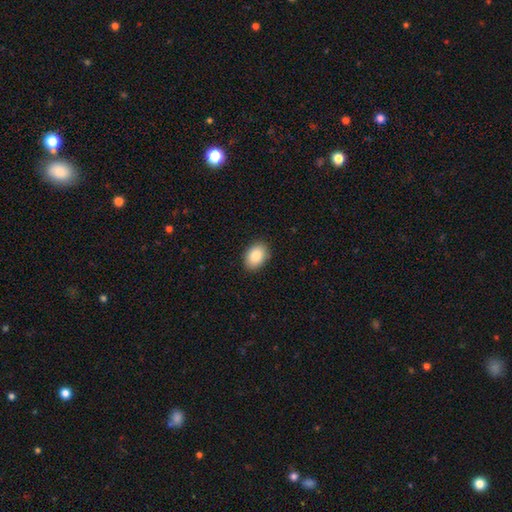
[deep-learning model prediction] smooth 88%, star or artifact 7%, featured or disk 5%. Down the decision tree: how rounded — in between (82%); merging — none (89%).